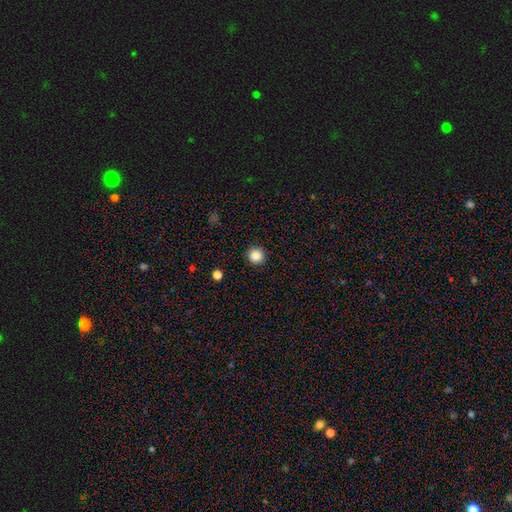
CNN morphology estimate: type=smooth (86%); roundness=round (96%); merging=none (93%).